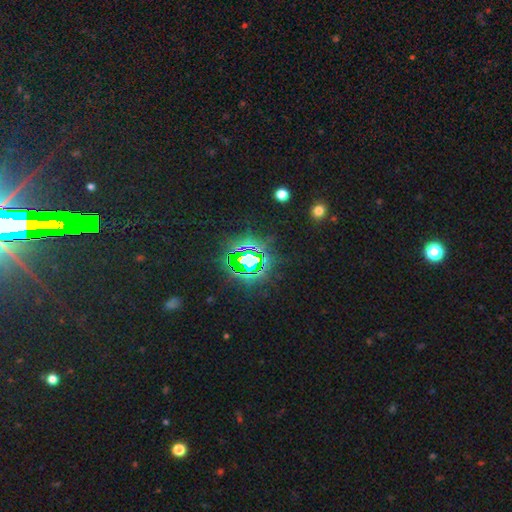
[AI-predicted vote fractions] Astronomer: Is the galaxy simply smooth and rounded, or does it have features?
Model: star or artifact — 82%.